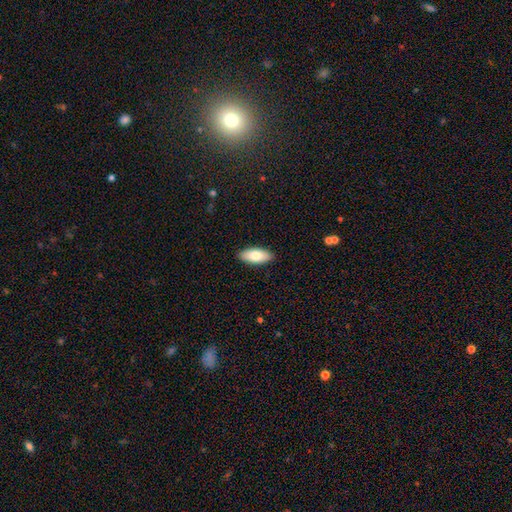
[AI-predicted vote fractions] Smooth or featured?
  - smooth: 79% *
  - featured or disk: 15%
  - star or artifact: 6%
How rounded?
  - in between: 88% *
  - cigar-shaped: 10%
  - round: 2%
Merging?
  - none: 89% *
  - minor disturbance: 8%
  - major disturbance: 2%
  - merger: 1%